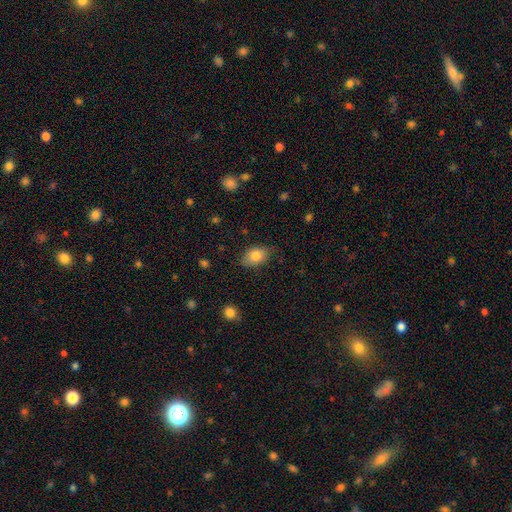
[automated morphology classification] Smooth or featured?
  - smooth: 82% *
  - featured or disk: 10%
  - star or artifact: 8%
How rounded?
  - in between: 86% *
  - round: 13%
  - cigar-shaped: 1%
Merging?
  - none: 78% *
  - minor disturbance: 18%
  - major disturbance: 3%
  - merger: 1%